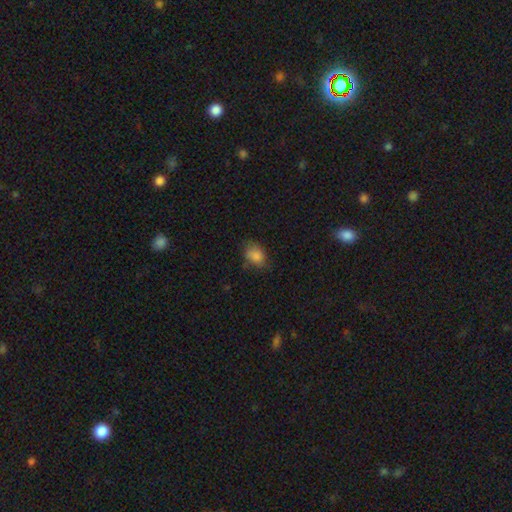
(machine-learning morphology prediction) This is clearly a smooth galaxy (84%). How rounded: likely in between (69%). Merging: likely none (63%).